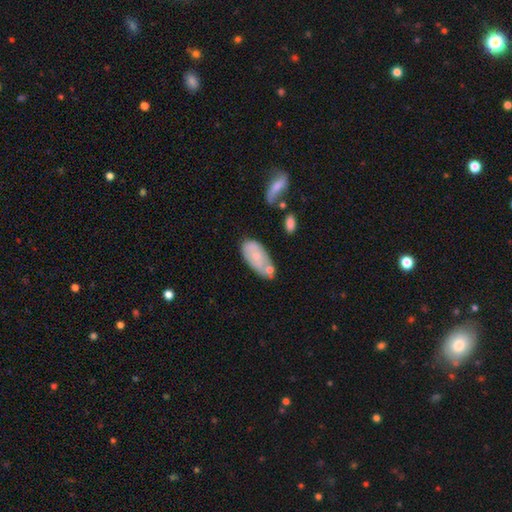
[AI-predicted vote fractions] Overall: smooth (61%; featured or disk 32%). How rounded: in between (90%). Merging: none (46%; minor disturbance 26%).